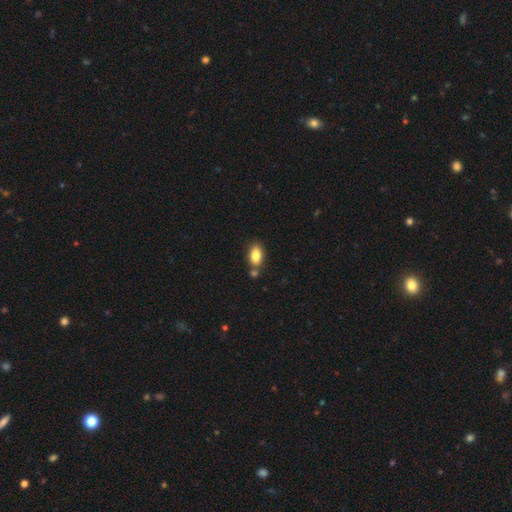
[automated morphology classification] type=smooth (85%); roundness=in between (90%); merging=none (65%).